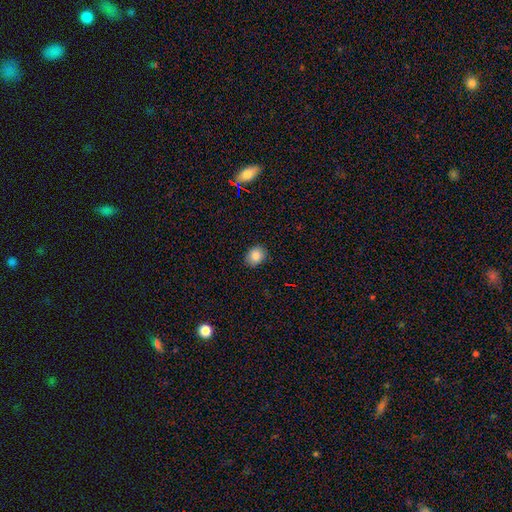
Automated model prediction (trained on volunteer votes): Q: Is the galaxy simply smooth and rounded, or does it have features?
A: smooth — 85%.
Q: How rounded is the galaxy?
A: round — 55%.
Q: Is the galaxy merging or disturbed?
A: none — 87%.